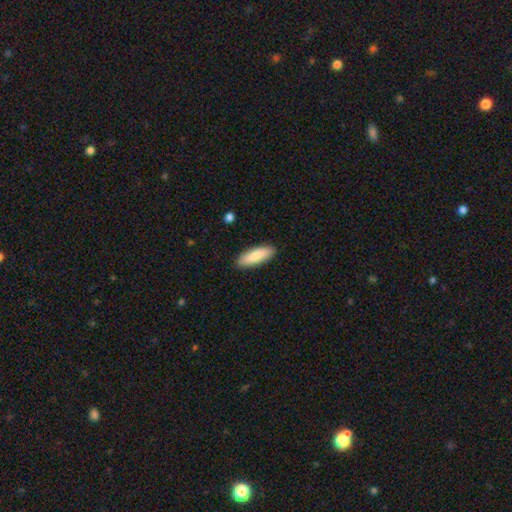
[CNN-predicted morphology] Smooth or featured? Predicted: smooth (p=0.83). How rounded? Predicted: in between (p=0.56). Merging? Predicted: none (p=0.89).